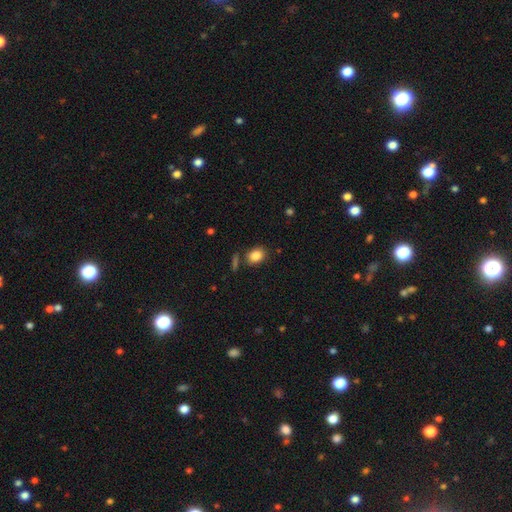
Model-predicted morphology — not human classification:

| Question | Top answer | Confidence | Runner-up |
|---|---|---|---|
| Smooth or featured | smooth | 85% | star or artifact (9%) |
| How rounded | in between | 60% | round (39%) |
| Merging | none | 78% | minor disturbance (12%) |